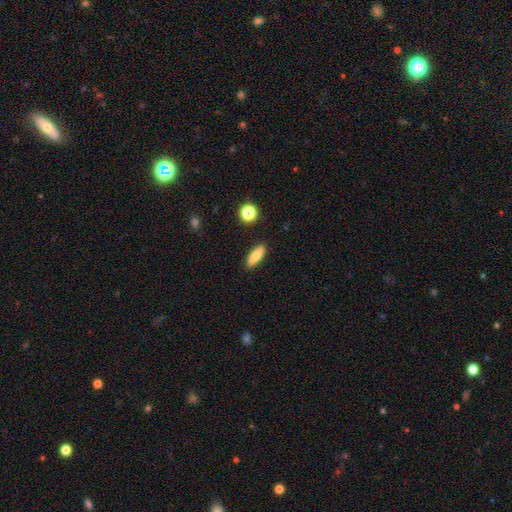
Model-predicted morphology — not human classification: Smooth or featured?
  - smooth: 81% *
  - featured or disk: 11%
  - star or artifact: 8%
How rounded?
  - in between: 50% *
  - cigar-shaped: 47%
  - round: 3%
Merging?
  - none: 88% *
  - minor disturbance: 8%
  - major disturbance: 2%
  - merger: 2%